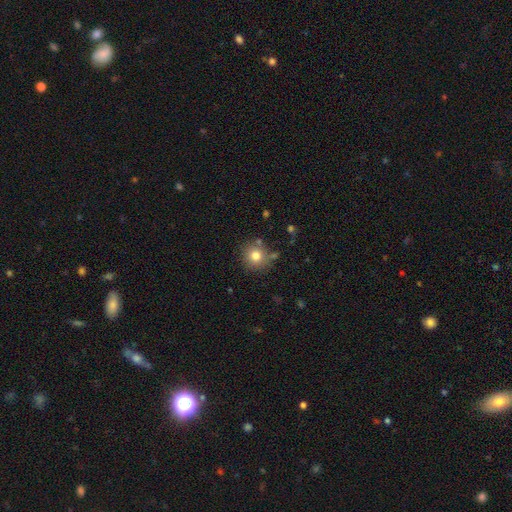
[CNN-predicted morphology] Smooth or featured: smooth — 79% (star or artifact — 12%)
How rounded: round — 91% (in between — 8%)
Merging: none — 79% (minor disturbance — 12%)